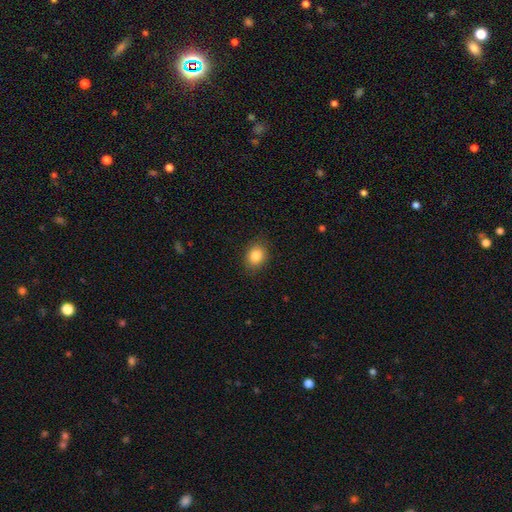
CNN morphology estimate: This is clearly a smooth galaxy (84%). How rounded: possibly in between (54%). Merging: clearly none (86%).